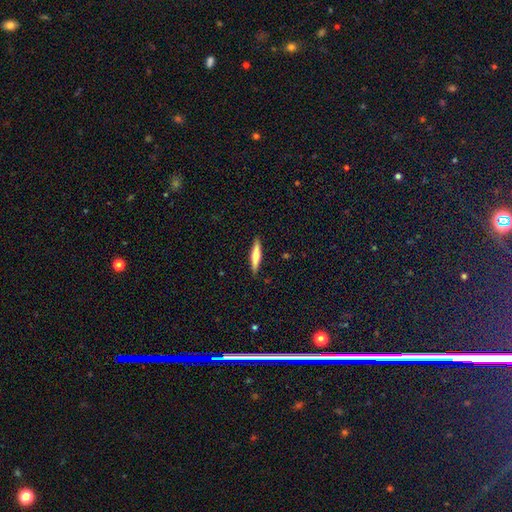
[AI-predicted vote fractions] The model was most divided on "smooth or featured": smooth: 55%, featured or disk: 39%, star or artifact: 6%. More confident: merging — none (90%); how rounded — cigar-shaped (85%).